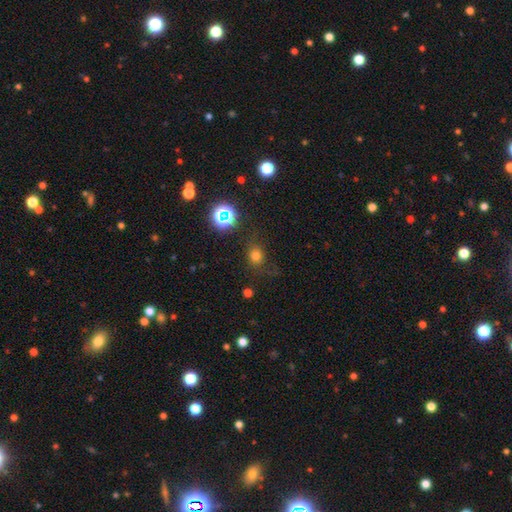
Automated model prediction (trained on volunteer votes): Smooth or featured? smooth (70%)
How rounded? round (70%)
Merging? none (72%)